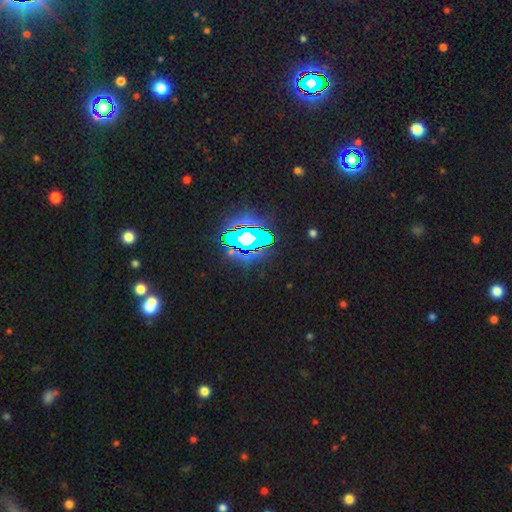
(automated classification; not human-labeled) This appears to be a star or artifact, not a galaxy (82%).